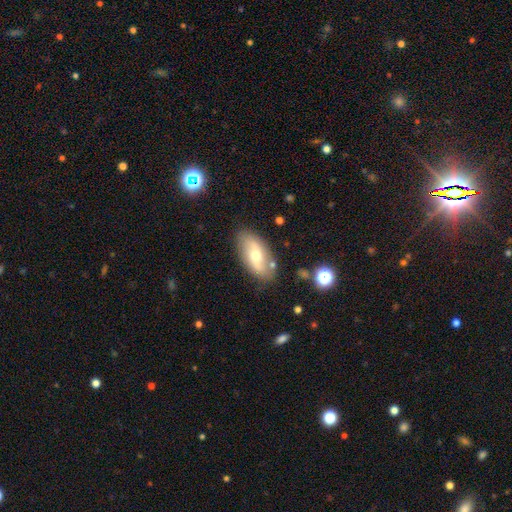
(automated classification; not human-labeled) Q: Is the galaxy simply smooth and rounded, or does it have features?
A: smooth — 48%.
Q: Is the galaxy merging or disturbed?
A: none — 79%.